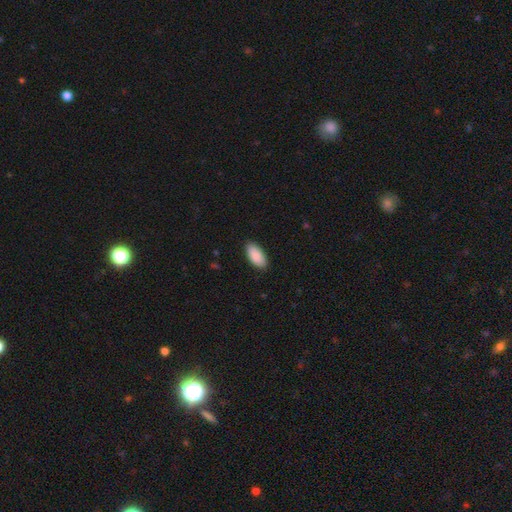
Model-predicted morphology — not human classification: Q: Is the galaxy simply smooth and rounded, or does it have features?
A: smooth — 90%.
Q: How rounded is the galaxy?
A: in between — 93%.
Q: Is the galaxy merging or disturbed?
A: none — 88%.